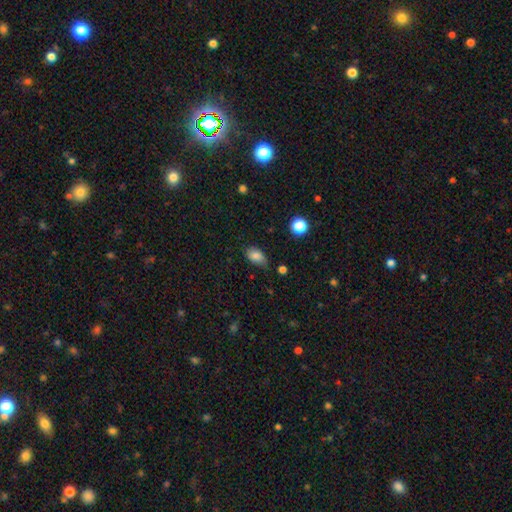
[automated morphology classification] smooth 82%, star or artifact 10%, featured or disk 9%. Down the decision tree: how rounded — in between (88%); merging — none (63%).